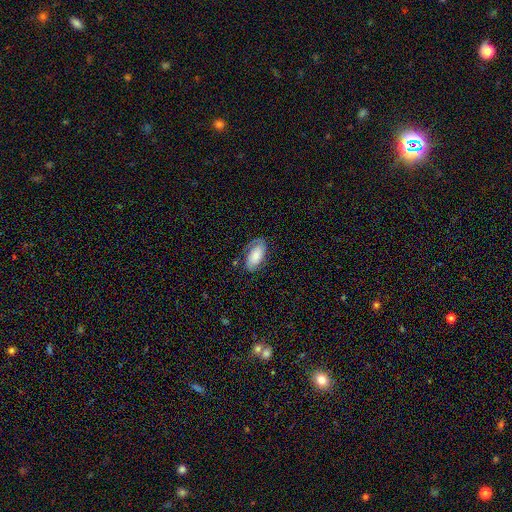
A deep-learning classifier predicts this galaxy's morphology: A smooth galaxy with no disk features (56%) that is in between round and cigar-shaped (94%).

Vote fractions:
- Smooth or featured? smooth: 56% / featured or disk: 37% / star or artifact: 7%
- How rounded? in between: 94% / cigar-shaped: 3% / round: 3%
- Merging? none: 64% / minor disturbance: 23% / major disturbance: 11% / merger: 2%